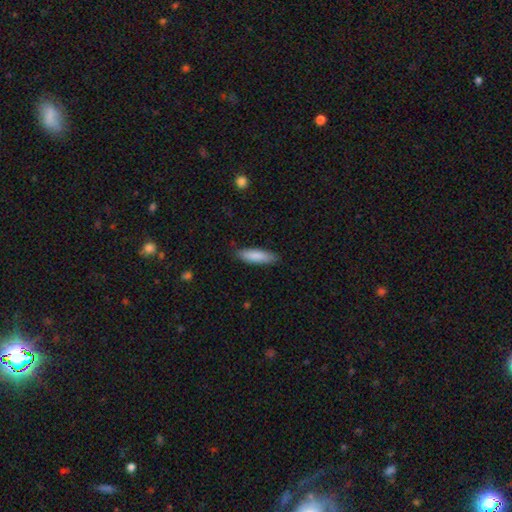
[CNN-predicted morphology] smooth_or_featured: smooth (p=0.85) [alt: featured or disk p=0.09]
how_rounded: cigar-shaped (p=0.59) [alt: in between p=0.40]
merging: none (p=0.86) [alt: minor disturbance p=0.11]